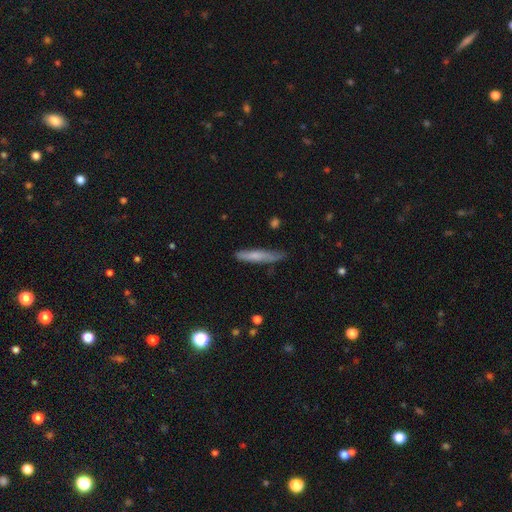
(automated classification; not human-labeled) smooth-or-featured: smooth: 65% | featured or disk: 29% | star or artifact: 6%
  how-rounded: cigar-shaped: 92% | in between: 7% | round: 2%
  merging: none: 75% | minor disturbance: 20% | major disturbance: 3% | merger: 2%